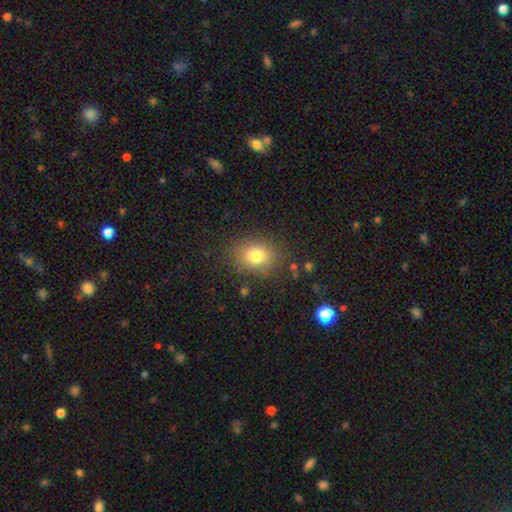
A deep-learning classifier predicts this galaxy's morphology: A smooth galaxy with no disk features (79%) that is in between round and cigar-shaped (52%). Merging: none (82%).